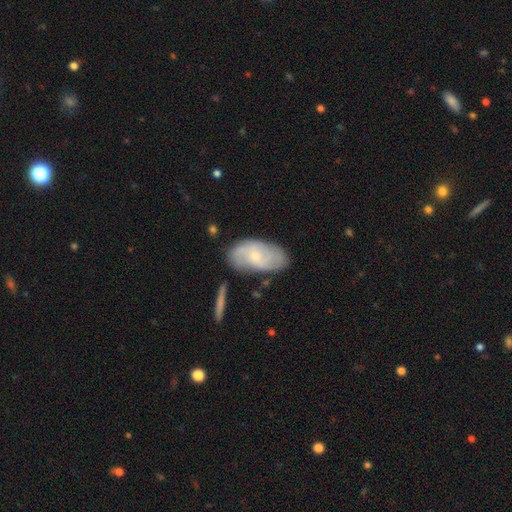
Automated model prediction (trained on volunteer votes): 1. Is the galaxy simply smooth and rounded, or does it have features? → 56% featured or disk, 37% smooth, 7% star or artifact.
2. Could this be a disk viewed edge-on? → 93% no, 7% yes.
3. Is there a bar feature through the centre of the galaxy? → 70% no, 26% weak, 4% strong.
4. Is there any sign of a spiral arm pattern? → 81% yes, 19% no.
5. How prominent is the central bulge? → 70% small, 24% moderate, 3% none, 1% large, 1% dominant.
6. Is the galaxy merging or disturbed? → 68% none, 21% minor disturbance, 6% major disturbance, 5% merger.